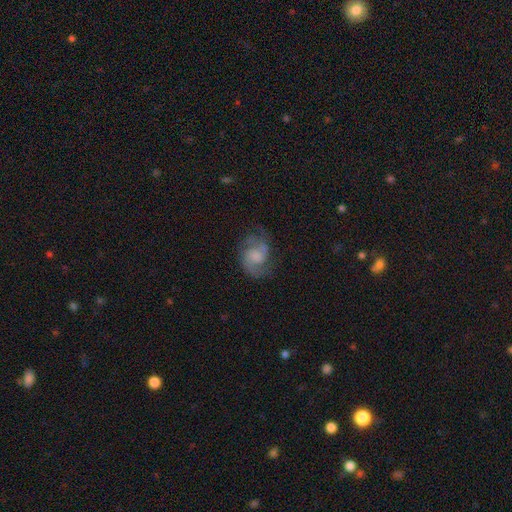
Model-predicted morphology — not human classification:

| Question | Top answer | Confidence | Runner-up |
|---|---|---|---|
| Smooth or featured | featured or disk | 73% | smooth (20%) |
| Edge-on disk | no | 98% | yes (2%) |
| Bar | no | 60% | weak (35%) |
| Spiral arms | yes | 93% | no (7%) |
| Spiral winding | medium | 51% | loose (28%) |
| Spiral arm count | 2 | 84% | can't tell (7%) |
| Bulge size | moderate | 29% | tied: none (29%) |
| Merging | none | 65% | minor disturbance (20%) |